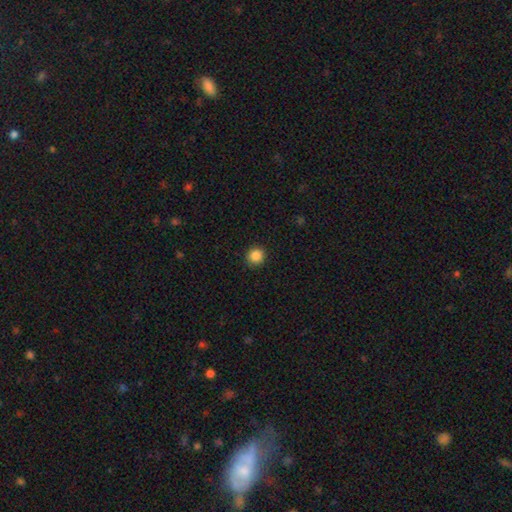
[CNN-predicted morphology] Overall: smooth (87%). How rounded: round (92%). Merging: none (92%).